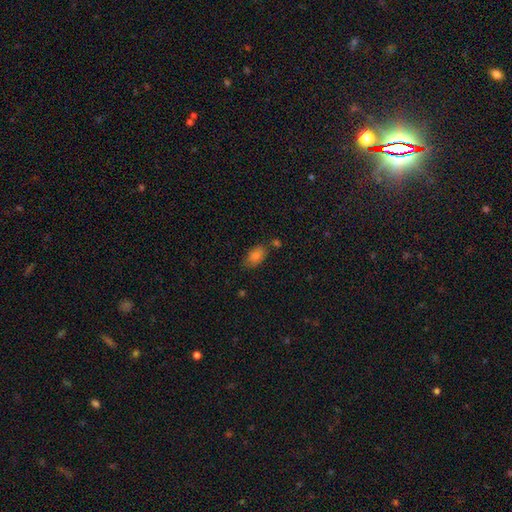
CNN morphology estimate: This appears to be a smooth galaxy with no disk features (79%) that is in between round and cigar-shaped (88%). Merging: none (72%).